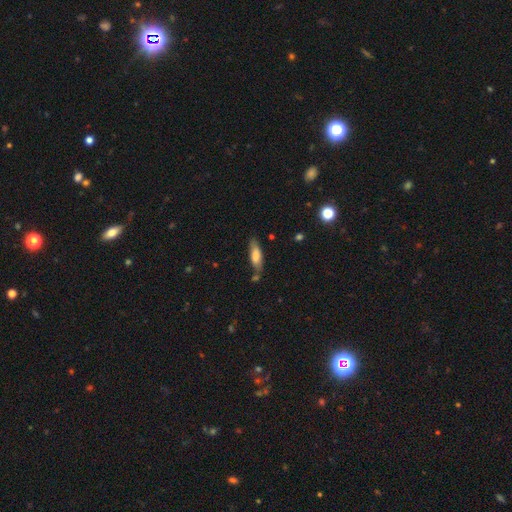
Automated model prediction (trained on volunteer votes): Smooth or featured? smooth (76%)
How rounded? cigar-shaped (49%, tied with in between)
Merging? none (70%)